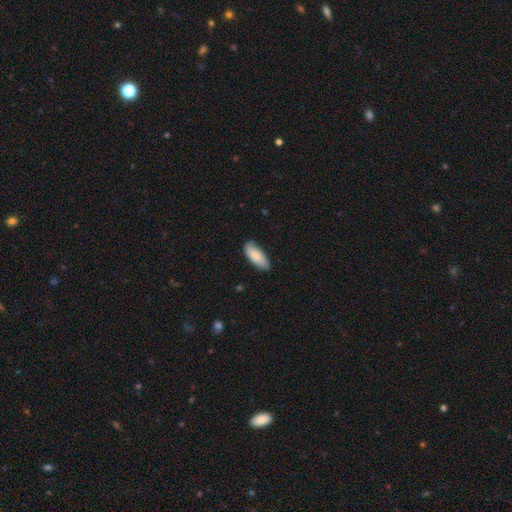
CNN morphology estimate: Smooth or featured?
  - smooth: 80% *
  - featured or disk: 14%
  - star or artifact: 6%
How rounded?
  - in between: 81% *
  - cigar-shaped: 18%
  - round: 2%
Merging?
  - none: 77% *
  - minor disturbance: 19%
  - major disturbance: 3%
  - merger: 1%